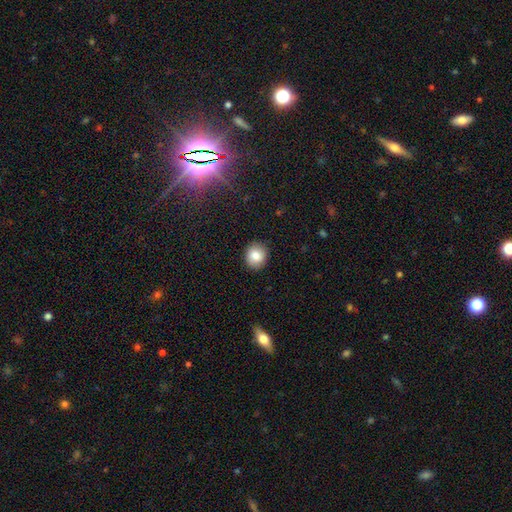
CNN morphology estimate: smooth 83%, star or artifact 9%, featured or disk 8%. Down the decision tree: how rounded — round (79%); merging — none (90%).